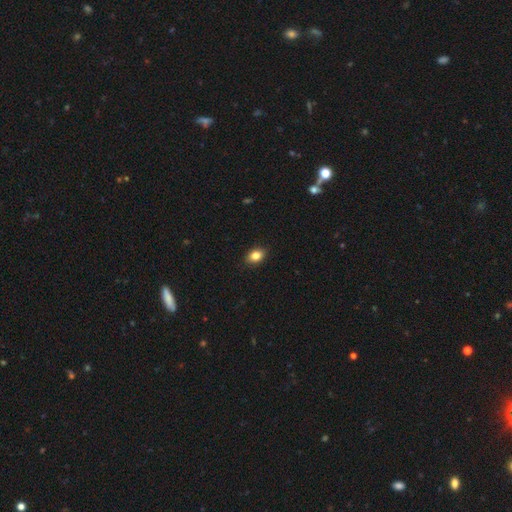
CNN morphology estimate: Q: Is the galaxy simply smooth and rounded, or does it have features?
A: smooth — 83%.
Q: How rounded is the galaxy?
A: in between — 75%.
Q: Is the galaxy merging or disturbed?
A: none — 88%.